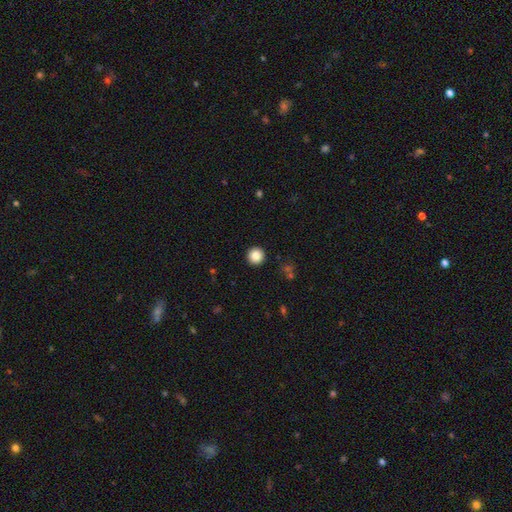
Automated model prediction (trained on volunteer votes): Q: Smooth or featured?
A: smooth (86%); runner-up: star or artifact (10%)
Q: How rounded?
A: round (96%); runner-up: in between (3%)
Q: Merging?
A: none (93%); runner-up: minor disturbance (4%)